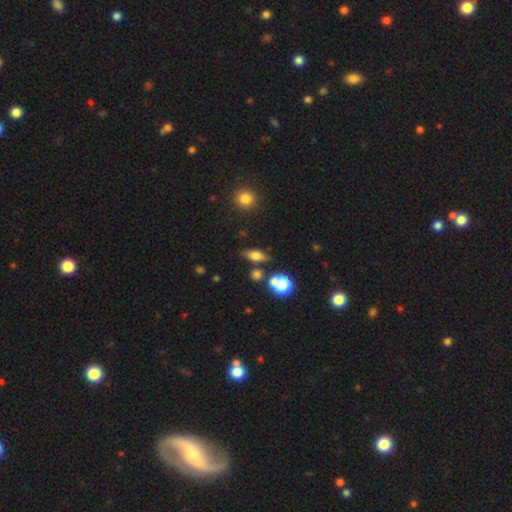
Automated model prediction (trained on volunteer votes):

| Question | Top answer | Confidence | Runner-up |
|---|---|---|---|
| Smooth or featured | smooth | 57% | featured or disk (31%) |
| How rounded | in between | 61% | cigar-shaped (25%) |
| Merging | none | 73% | minor disturbance (14%) |